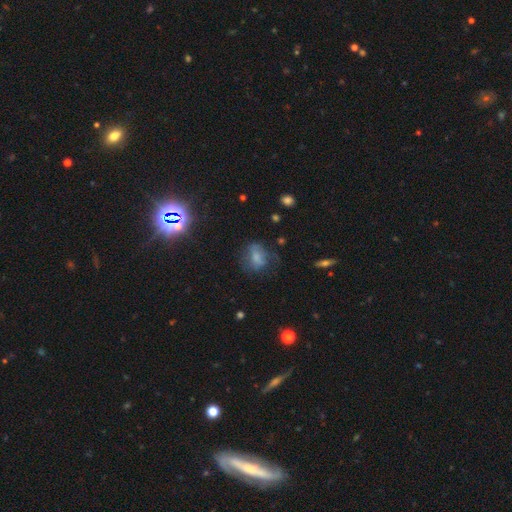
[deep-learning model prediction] A smooth galaxy with no disk features (44%). Merging: none (65%).